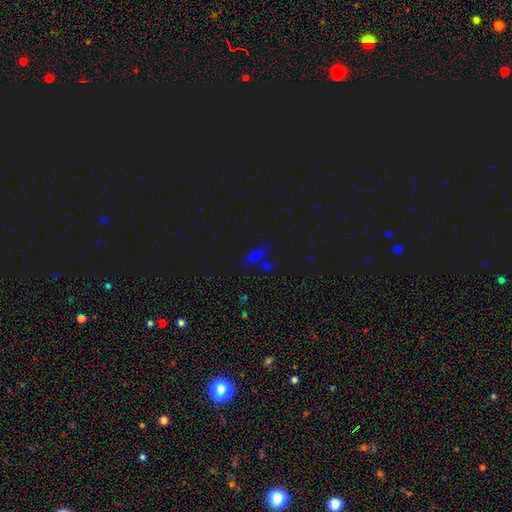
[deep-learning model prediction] Smooth or featured? smooth (60%)
How rounded? in between (69%)
Merging? none (62%)